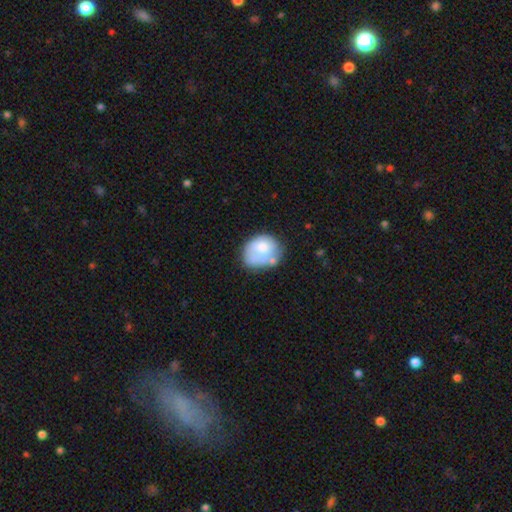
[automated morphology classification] This appears to be a smooth galaxy with no disk features (62%) that is round (51%). Merging: none (42%).